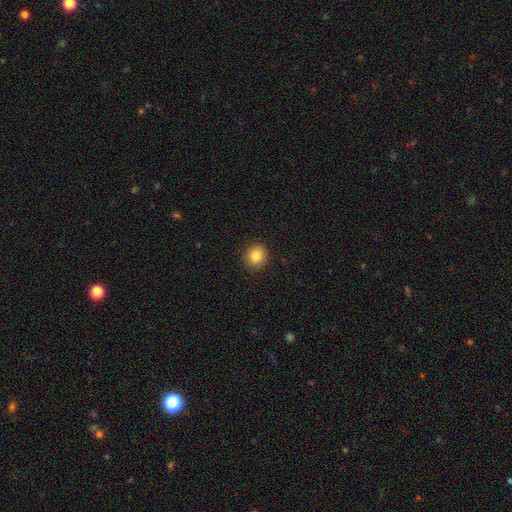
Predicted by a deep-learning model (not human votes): smooth-or-featured: smooth: 85% | star or artifact: 10% | featured or disk: 5%
  how-rounded: round: 82% | in between: 18% | cigar-shaped: 1%
  merging: none: 91% | minor disturbance: 6% | major disturbance: 2% | merger: 1%